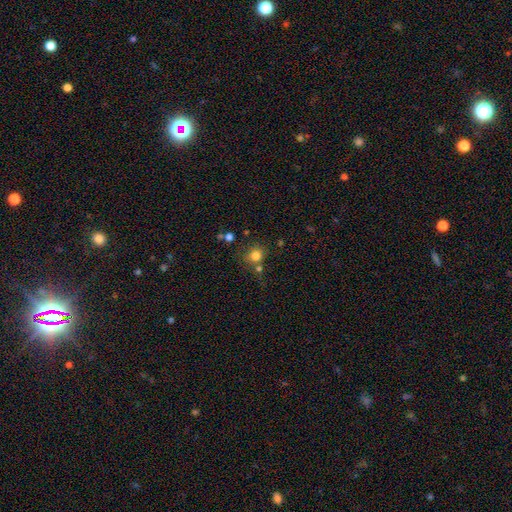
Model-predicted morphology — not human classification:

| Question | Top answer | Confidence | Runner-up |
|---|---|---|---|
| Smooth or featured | smooth | 80% | star or artifact (13%) |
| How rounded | round | 84% | in between (15%) |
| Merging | none | 64% | merger (18%) |